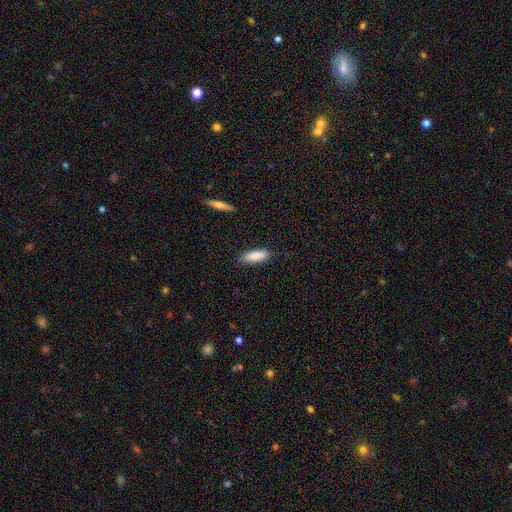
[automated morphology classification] Smooth or featured? Predicted: smooth (p=0.87). How rounded? Predicted: in between (p=0.59). Merging? Predicted: none (p=0.86).